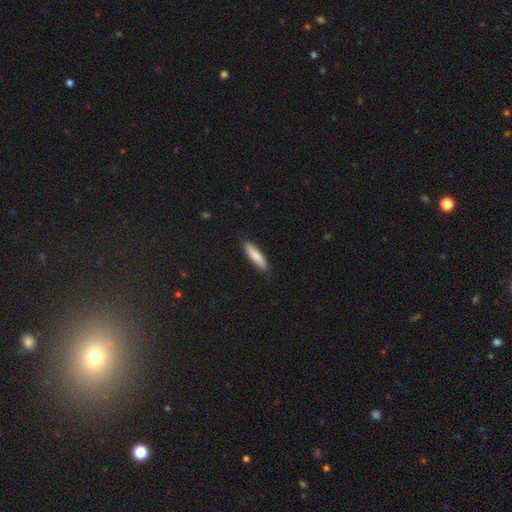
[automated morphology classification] A smooth galaxy with no disk features (81%) that is cigar-shaped (75%). Merging: none (88%).